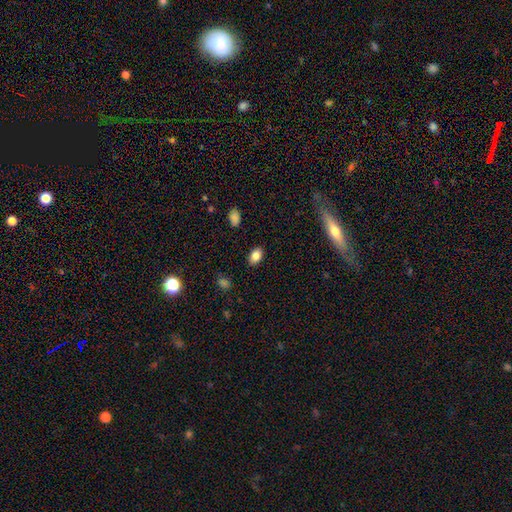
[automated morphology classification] The model was most divided on "how rounded": in between: 86%, round: 13%, cigar-shaped: 1%. More confident: merging — none (88%); smooth or featured — smooth (83%).